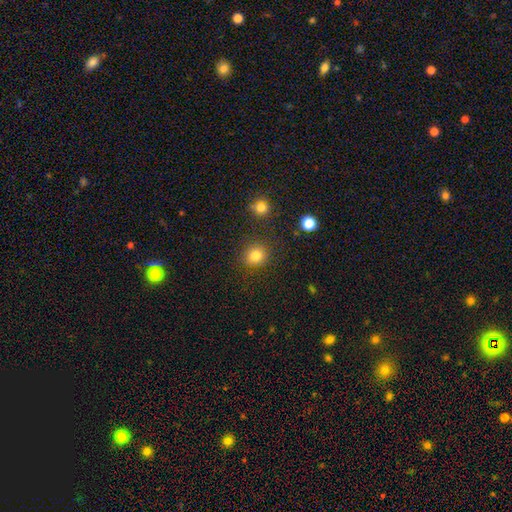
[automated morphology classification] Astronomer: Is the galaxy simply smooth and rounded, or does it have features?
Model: smooth — 82%.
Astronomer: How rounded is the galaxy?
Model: round — 88%.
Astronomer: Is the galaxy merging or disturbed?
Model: none — 86%.